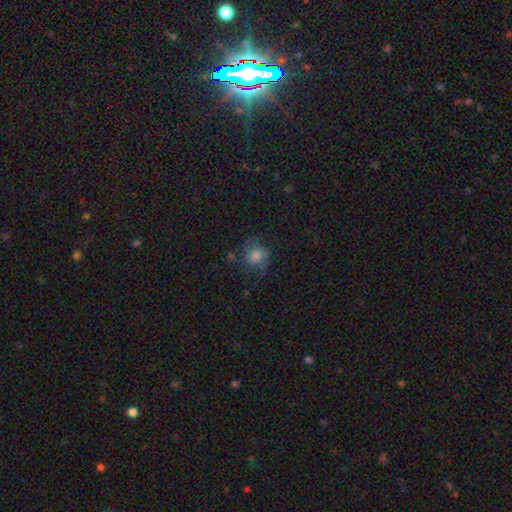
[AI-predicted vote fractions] smooth 66%, featured or disk 20%, star or artifact 14%. Down the decision tree: how rounded — round (81%); merging — none (68%).